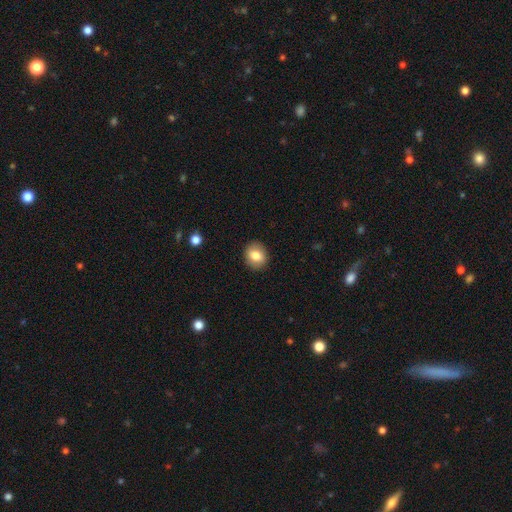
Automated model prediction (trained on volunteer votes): Smooth or featured: smooth — 80% (featured or disk — 11%)
How rounded: round — 63% (in between — 36%)
Merging: none — 90% (minor disturbance — 7%)